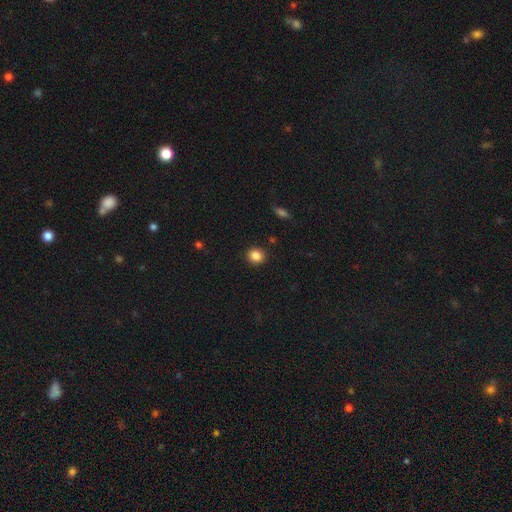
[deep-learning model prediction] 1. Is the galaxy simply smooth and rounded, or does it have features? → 86% smooth, 10% star or artifact, 4% featured or disk.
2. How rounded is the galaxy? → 79% round, 20% in between, 1% cigar-shaped.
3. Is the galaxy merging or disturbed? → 91% none, 6% minor disturbance, 2% major disturbance, 1% merger.